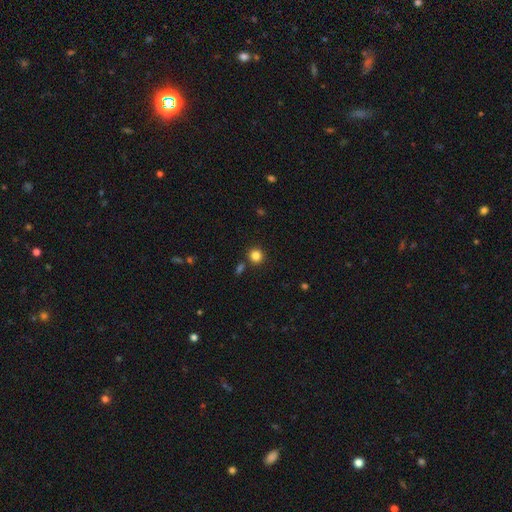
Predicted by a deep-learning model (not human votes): Smooth or featured? Predicted: smooth (p=0.84). How rounded? Predicted: round (p=0.92). Merging? Predicted: none (p=0.86).